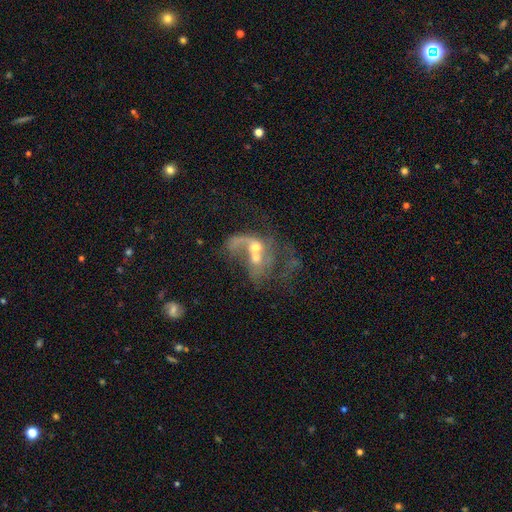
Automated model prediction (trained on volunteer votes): smooth_or_featured: featured or disk (p=0.70) [alt: smooth p=0.19]
disk_edge_on: no (p=0.97) [alt: yes p=0.03]
bar: no (p=0.73) [alt: weak p=0.22]
has_spiral_arms: yes (p=0.59) [alt: no p=0.41]
bulge_size: moderate (p=0.54) [alt: small p=0.30]
merging: merger (p=0.66) [alt: major disturbance p=0.17]